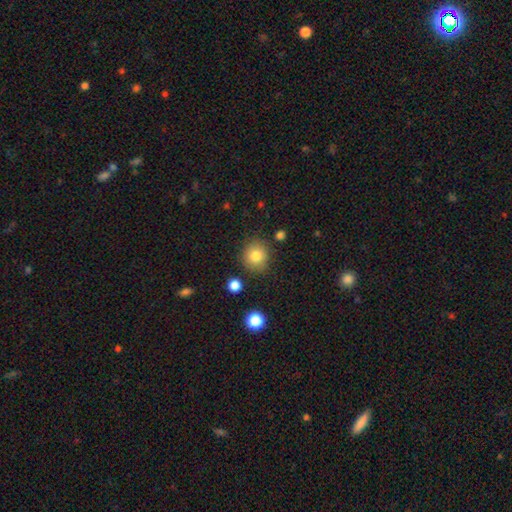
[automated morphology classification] The model was most divided on "how rounded": round: 85%, in between: 14%, cigar-shaped: 1%. More confident: merging — none (84%); smooth or featured — smooth (83%).